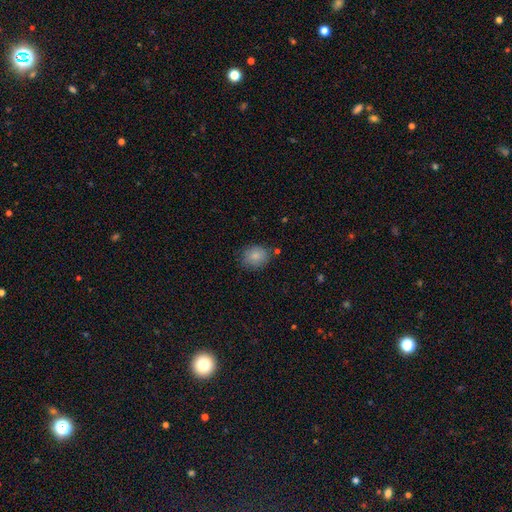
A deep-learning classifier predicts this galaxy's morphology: A smooth galaxy with no disk features (84%) that is round (54%). Merging: none (76%).